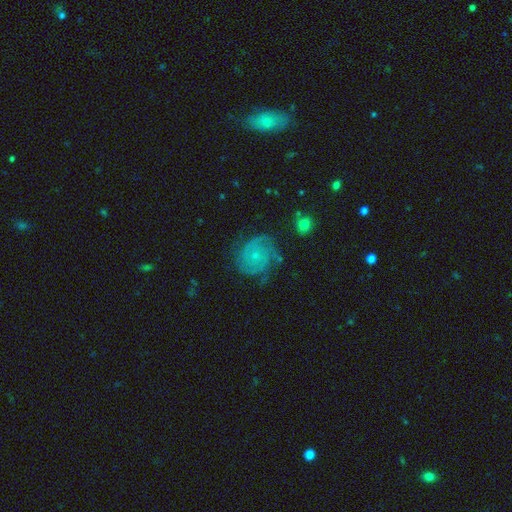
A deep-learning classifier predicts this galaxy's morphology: featured or disk 80%, smooth 13%, star or artifact 8%. Down the decision tree: edge-on disk — no (98%); bar — no (82%); spiral arms — yes (95%); spiral arm count — 3 (28%); spiral winding — tight (61%); bulge size — small (79%); merging — none (69%).